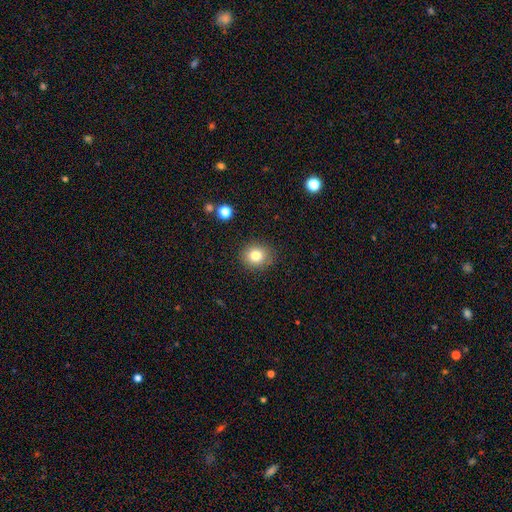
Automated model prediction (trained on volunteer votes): A smooth galaxy with no disk features (81%) that is round (77%). Merging: none (89%).